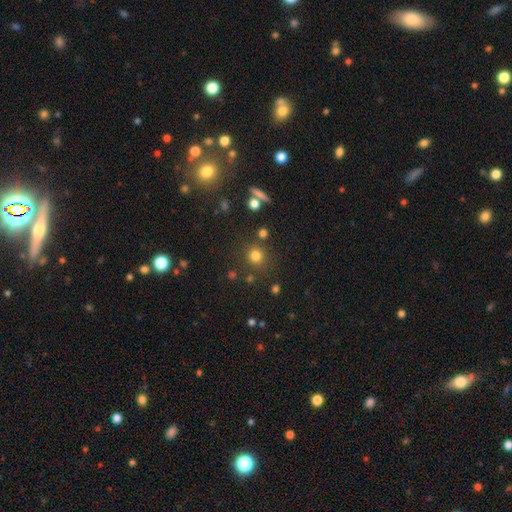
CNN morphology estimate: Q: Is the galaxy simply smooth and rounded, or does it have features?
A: smooth — 77%.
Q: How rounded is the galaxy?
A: round — 92%.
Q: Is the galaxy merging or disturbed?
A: none — 81%.